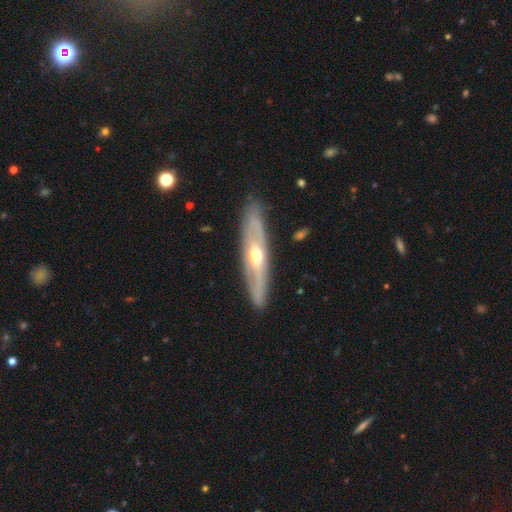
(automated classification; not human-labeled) Q: Smooth or featured?
A: featured or disk (69%); runner-up: smooth (26%)
Q: Edge-on disk?
A: yes (53%); runner-up: no (47%)
Q: Merging?
A: none (86%); runner-up: minor disturbance (10%)